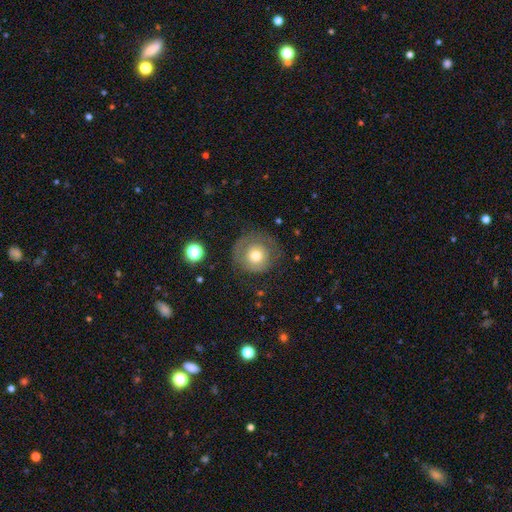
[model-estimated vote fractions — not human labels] Smooth or featured?
  - smooth: 61% *
  - featured or disk: 31%
  - star or artifact: 9%
How rounded?
  - round: 93% *
  - in between: 6%
  - cigar-shaped: 1%
Merging?
  - none: 65% *
  - minor disturbance: 19%
  - major disturbance: 15%
  - merger: 2%